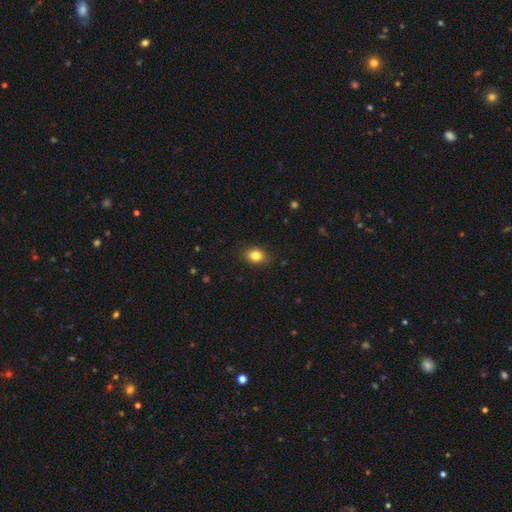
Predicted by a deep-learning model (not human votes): Overall: smooth (83%). How rounded: in between (65%; round 34%). Merging: none (88%).